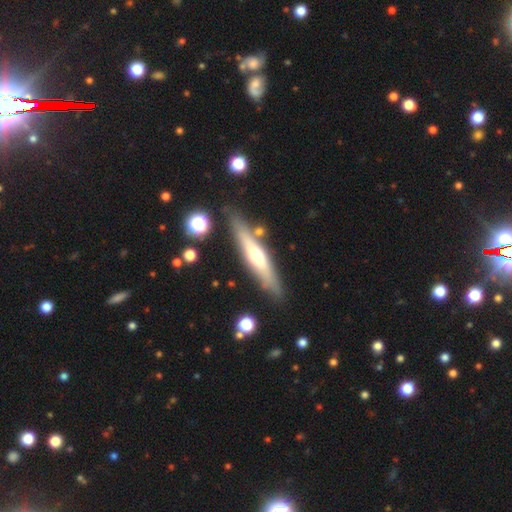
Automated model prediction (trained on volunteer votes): Smooth or featured: featured or disk — 56% (smooth — 38%)
Edge-on disk: yes — 90% (no — 10%)
Merging: none — 83% (minor disturbance — 11%)